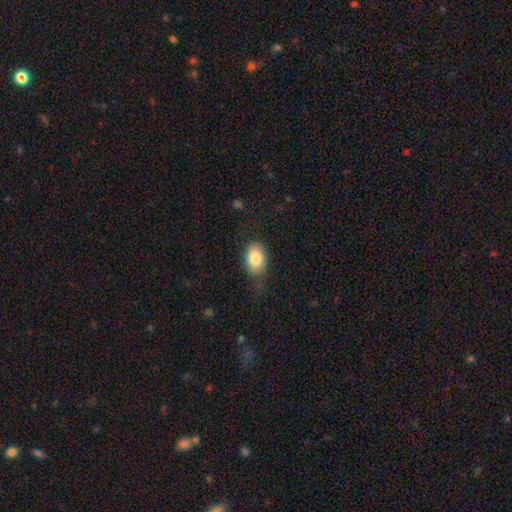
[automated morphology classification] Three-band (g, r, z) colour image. It shows a smooth galaxy with no disk features (83%) that is in between round and cigar-shaped (84%). Merging: none (67%).